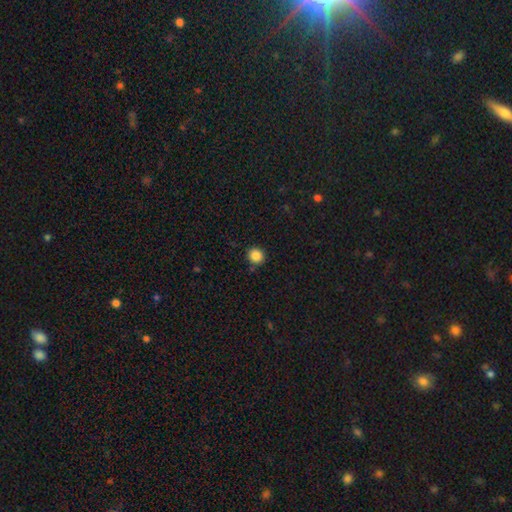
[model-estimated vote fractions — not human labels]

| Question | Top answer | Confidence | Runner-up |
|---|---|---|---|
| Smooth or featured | smooth | 86% | star or artifact (10%) |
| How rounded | round | 89% | in between (10%) |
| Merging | none | 87% | minor disturbance (8%) |